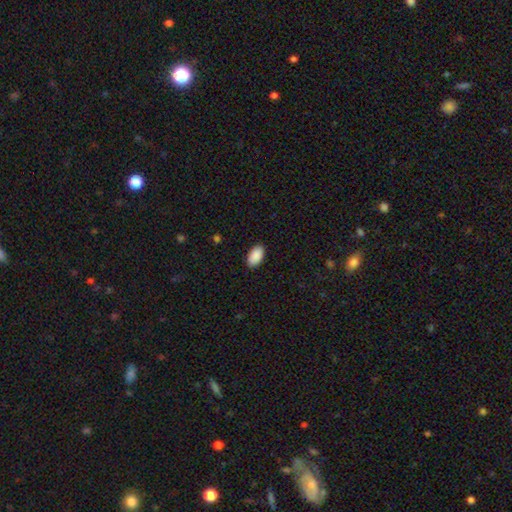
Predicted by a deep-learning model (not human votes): Smooth or featured?
  - smooth: 91% *
  - star or artifact: 6%
  - featured or disk: 3%
How rounded?
  - in between: 95% *
  - round: 3%
  - cigar-shaped: 2%
Merging?
  - none: 89% *
  - minor disturbance: 8%
  - major disturbance: 2%
  - merger: 1%